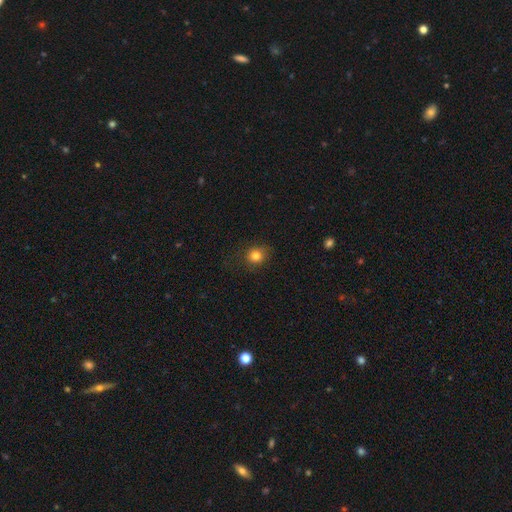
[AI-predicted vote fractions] This is clearly a smooth galaxy (82%). How rounded: clearly round (82%). Merging: clearly none (82%).